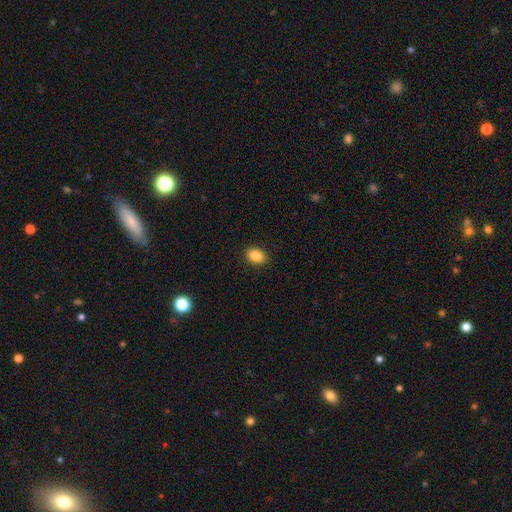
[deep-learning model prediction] Smooth or featured? Predicted: smooth (p=0.87). How rounded? Predicted: in between (p=0.74). Merging? Predicted: none (p=0.90).